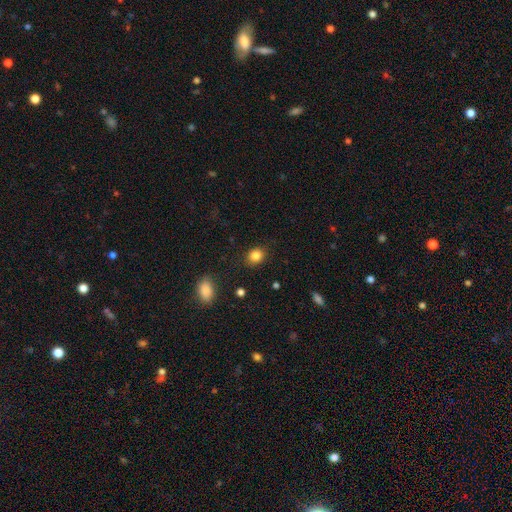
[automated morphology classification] Overall: smooth (85%). How rounded: round (57%; in between 42%). Merging: none (86%).